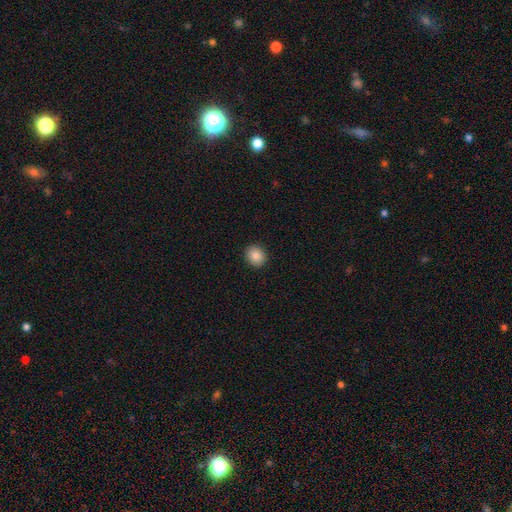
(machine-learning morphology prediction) A smooth galaxy with no disk features (86%) that is round (81%). Merging: none (92%).